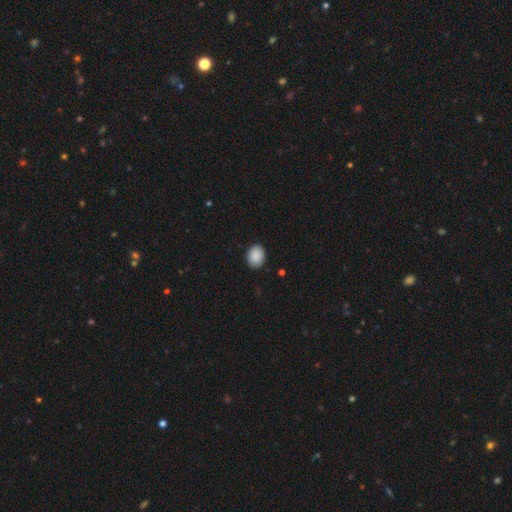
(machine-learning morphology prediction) This appears to be a smooth galaxy with no disk features (90%) that is in between round and cigar-shaped (61%). Merging: none (89%).